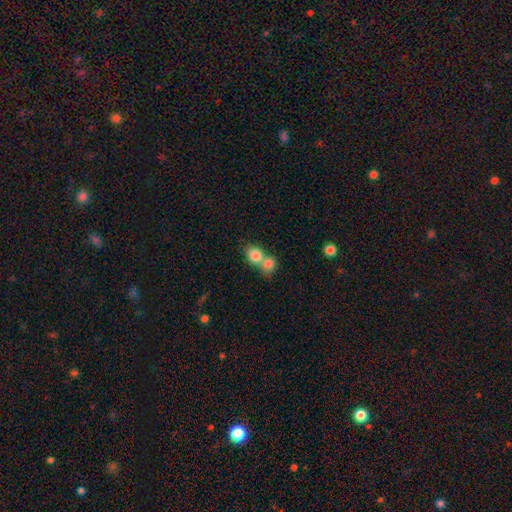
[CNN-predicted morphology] A smooth galaxy with no disk features (80%) that is round (65%).

Vote fractions:
- Smooth or featured? smooth: 80% / featured or disk: 11% / star or artifact: 9%
- How rounded? round: 65% / in between: 33% / cigar-shaped: 1%
- Merging? merger: 65% / none: 27% / minor disturbance: 5% / major disturbance: 3%